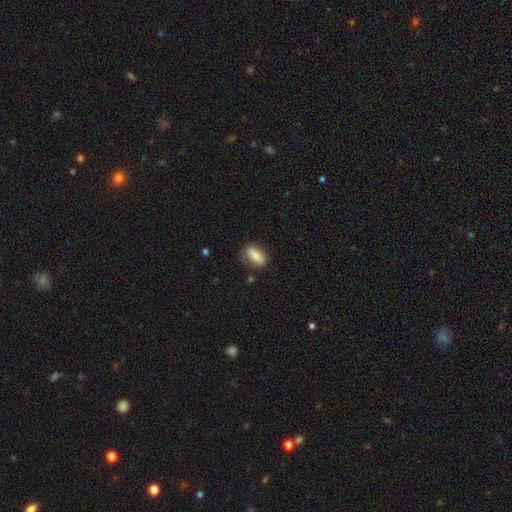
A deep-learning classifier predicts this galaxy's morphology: smooth 78%, featured or disk 14%, star or artifact 7%. Down the decision tree: how rounded — in between (85%); merging — none (74%).